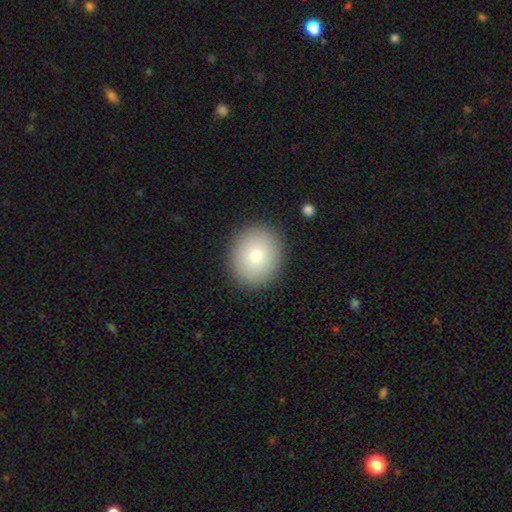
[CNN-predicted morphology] smooth-or-featured: smooth: 77% | featured or disk: 13% | star or artifact: 10%
  how-rounded: round: 71% | in between: 28% | cigar-shaped: 1%
  merging: none: 90% | minor disturbance: 7% | major disturbance: 2% | merger: 1%